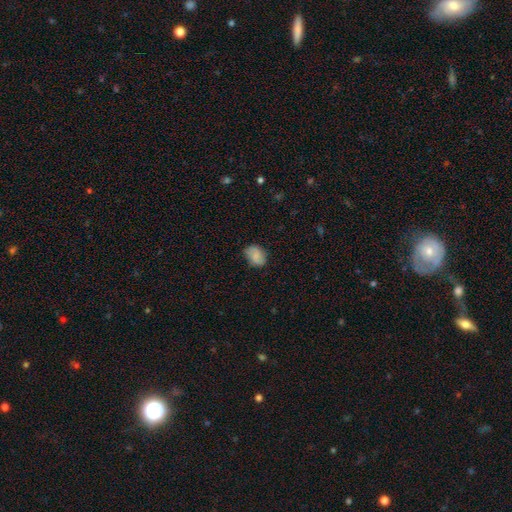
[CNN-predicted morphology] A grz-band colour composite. It shows a smooth galaxy with no disk features (80%) that is in between round and cigar-shaped (71%). Merging: none (71%).